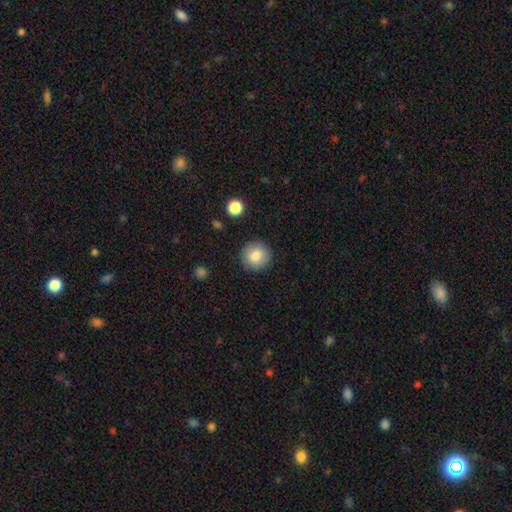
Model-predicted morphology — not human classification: smooth-or-featured: smooth: 83% | star or artifact: 9% | featured or disk: 9%
  how-rounded: round: 94% | in between: 5% | cigar-shaped: 1%
  merging: none: 89% | minor disturbance: 7% | major disturbance: 2% | merger: 1%